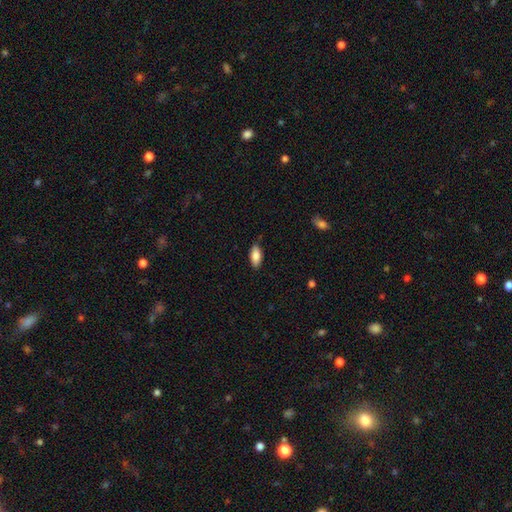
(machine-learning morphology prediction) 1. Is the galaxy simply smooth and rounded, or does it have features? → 84% smooth, 10% featured or disk, 6% star or artifact.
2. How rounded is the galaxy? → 88% in between, 10% cigar-shaped, 2% round.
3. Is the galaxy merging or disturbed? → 85% none, 12% minor disturbance, 2% major disturbance, 1% merger.